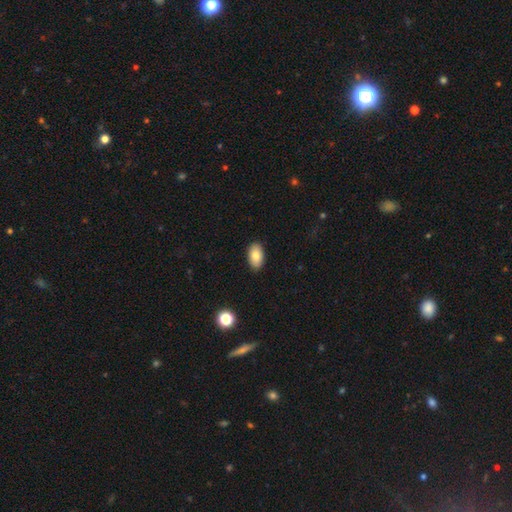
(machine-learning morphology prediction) The model was most divided on "smooth or featured": smooth: 83%, featured or disk: 9%, star or artifact: 7%. More confident: how rounded — in between (94%); merging — none (89%).